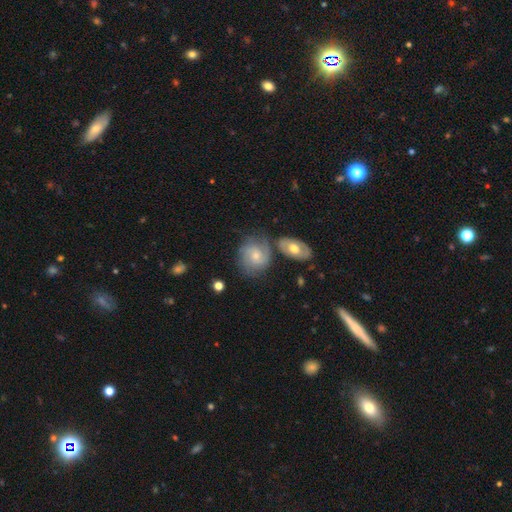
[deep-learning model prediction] featured or disk 61%, smooth 31%, star or artifact 8%. Down the decision tree: edge-on disk — no (97%); bar — no (74%); spiral arms — yes (87%); spiral arm count — 2 (36%); spiral winding — tight (49%); bulge size — small (56%); merging — none (56%).